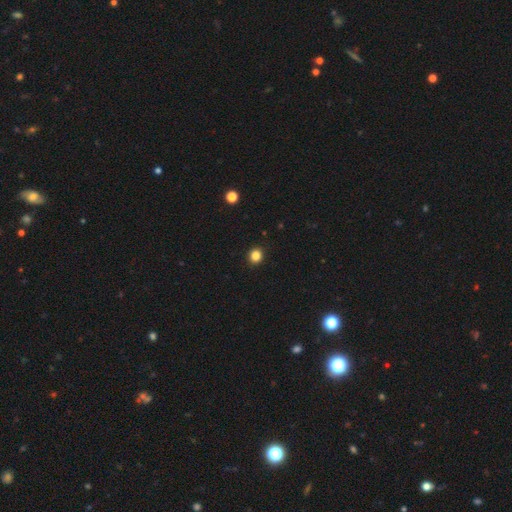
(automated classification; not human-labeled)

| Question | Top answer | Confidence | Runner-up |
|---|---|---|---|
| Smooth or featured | smooth | 85% | star or artifact (12%) |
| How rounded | round | 87% | in between (12%) |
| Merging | none | 93% | minor disturbance (5%) |